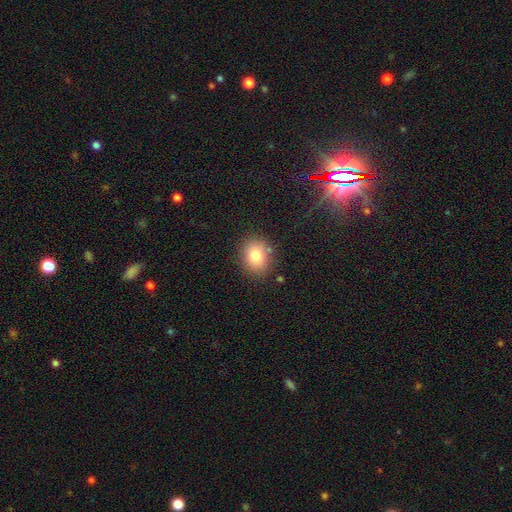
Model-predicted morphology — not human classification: smooth_or_featured: smooth (p=0.80) [alt: star or artifact p=0.10]
how_rounded: round (p=0.50) [alt: in between p=0.49]
merging: none (p=0.82) [alt: minor disturbance p=0.12]